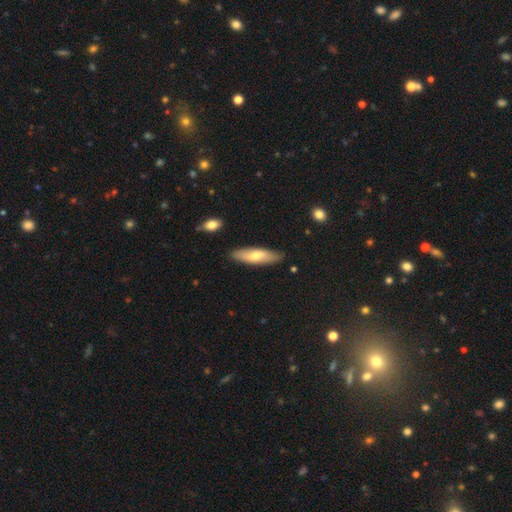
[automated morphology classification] This appears to be a smooth galaxy with no disk features (65%) that is cigar-shaped (53%). Merging: none (85%).